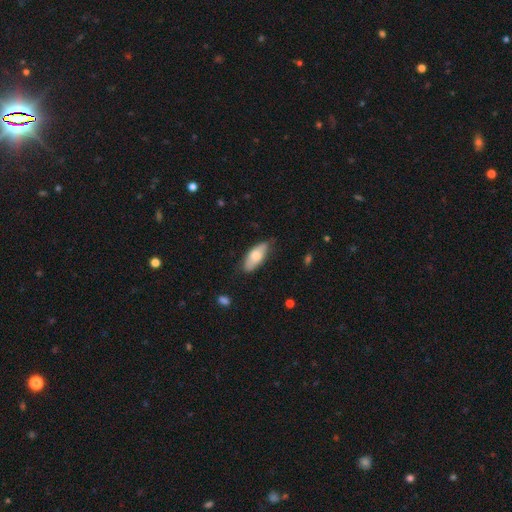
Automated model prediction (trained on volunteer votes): Smooth or featured?
  - smooth: 72% *
  - featured or disk: 22%
  - star or artifact: 6%
How rounded?
  - in between: 77% *
  - cigar-shaped: 21%
  - round: 2%
Merging?
  - none: 72% *
  - minor disturbance: 22%
  - major disturbance: 4%
  - merger: 2%